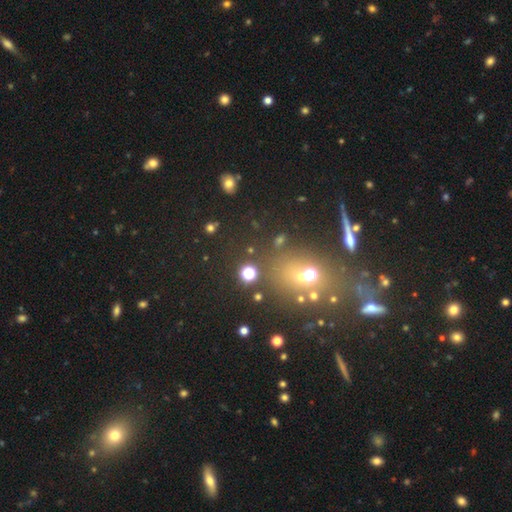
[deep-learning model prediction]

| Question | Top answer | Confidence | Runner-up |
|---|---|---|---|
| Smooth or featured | star or artifact | 46% | smooth (35%) |